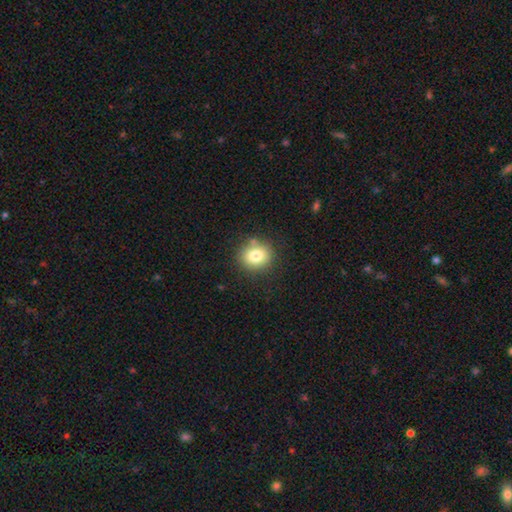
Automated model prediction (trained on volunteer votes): Q: Smooth or featured?
A: smooth (79%); runner-up: star or artifact (11%)
Q: How rounded?
A: round (77%); runner-up: in between (22%)
Q: Merging?
A: none (81%); runner-up: minor disturbance (11%)